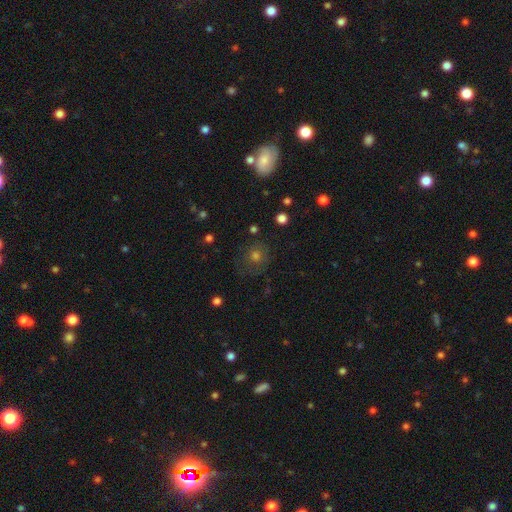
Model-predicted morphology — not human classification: Smooth or featured? Predicted: smooth (p=0.59). How rounded? Predicted: round (p=0.86). Merging? Predicted: none (p=0.74).